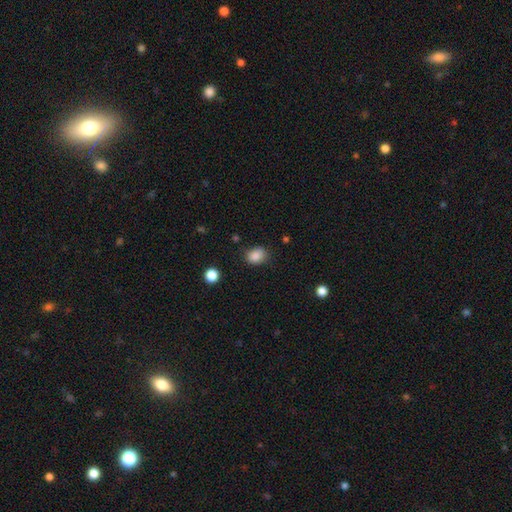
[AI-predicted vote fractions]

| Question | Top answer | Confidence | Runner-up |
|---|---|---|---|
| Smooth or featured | smooth | 86% | star or artifact (10%) |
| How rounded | in between | 53% | round (46%) |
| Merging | none | 74% | minor disturbance (19%) |